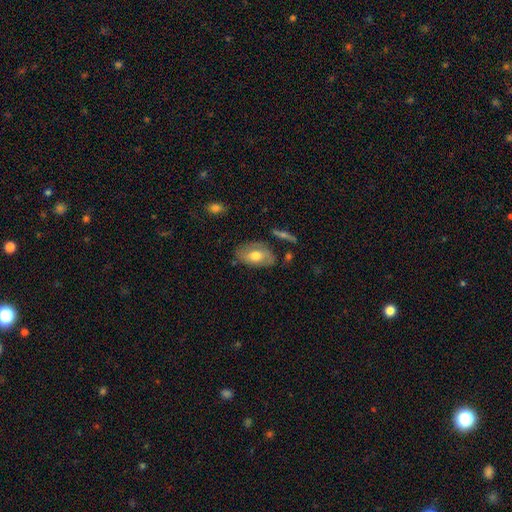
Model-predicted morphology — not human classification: A smooth galaxy with no disk features (59%) that is in between round and cigar-shaped (91%). Merging: none (70%).